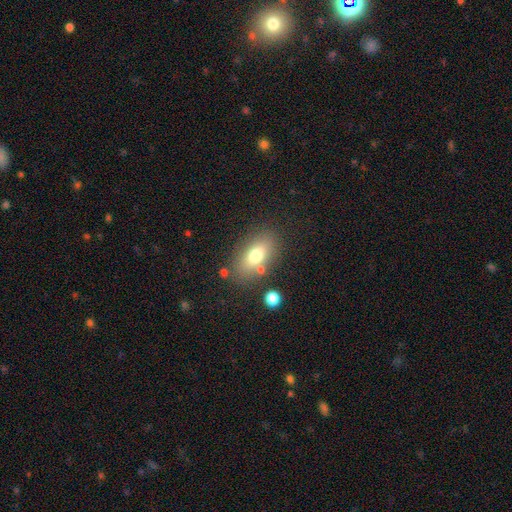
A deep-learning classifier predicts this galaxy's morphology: Smooth or featured? Predicted: smooth (p=0.72). How rounded? Predicted: in between (p=0.86). Merging? Predicted: none (p=0.76).